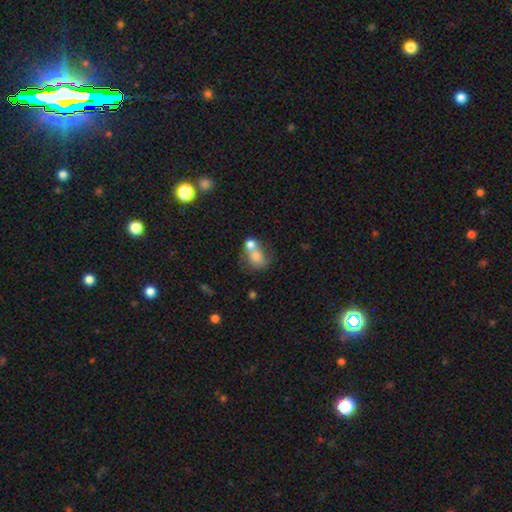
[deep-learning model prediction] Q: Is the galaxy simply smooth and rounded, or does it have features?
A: smooth — 71%.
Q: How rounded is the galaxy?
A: round — 51%.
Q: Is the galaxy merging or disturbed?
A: merger — 53%.